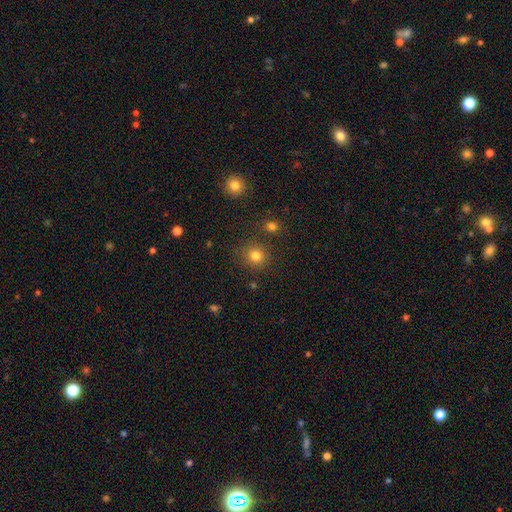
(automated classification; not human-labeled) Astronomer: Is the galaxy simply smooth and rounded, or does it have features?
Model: smooth — 81%.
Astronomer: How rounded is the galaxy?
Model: round — 88%.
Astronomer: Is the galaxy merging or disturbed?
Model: none — 83%.